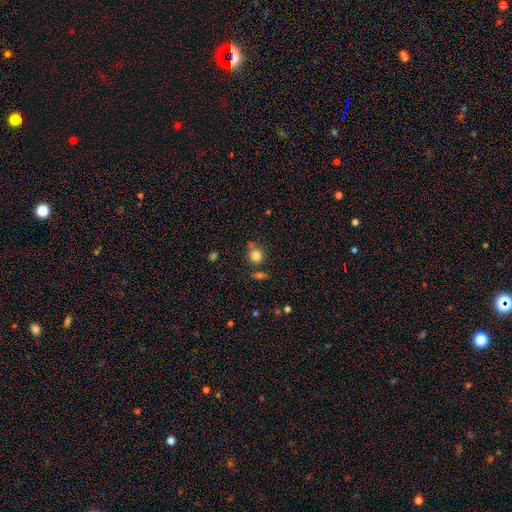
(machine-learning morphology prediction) smooth_or_featured: smooth (p=0.82) [alt: star or artifact p=0.12]
how_rounded: round (p=0.84) [alt: in between p=0.15]
merging: none (p=0.65) [alt: merger p=0.16]